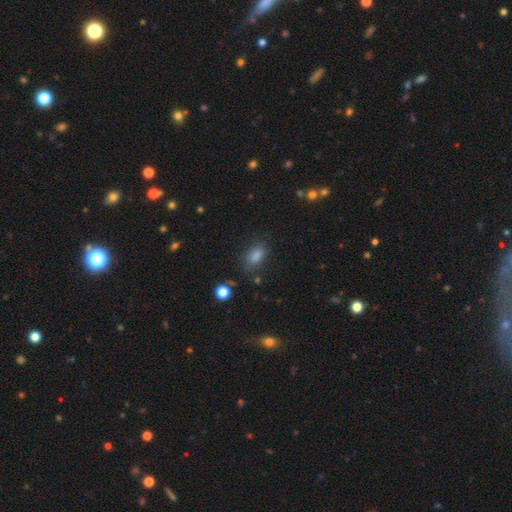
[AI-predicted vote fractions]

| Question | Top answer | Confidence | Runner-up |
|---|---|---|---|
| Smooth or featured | smooth | 78% | star or artifact (16%) |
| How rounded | in between | 83% | round (13%) |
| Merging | none | 78% | minor disturbance (14%) |